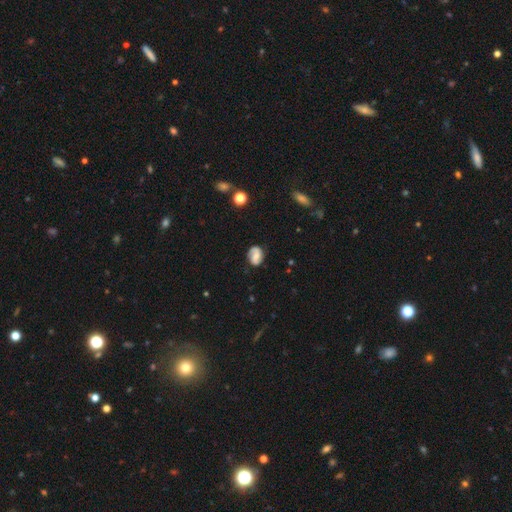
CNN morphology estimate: Q: Smooth or featured?
A: featured or disk (57%); runner-up: smooth (34%)
Q: Edge-on disk?
A: no (97%); runner-up: yes (3%)
Q: Bar?
A: no (47%); runner-up: weak (40%)
Q: Spiral arms?
A: yes (89%); runner-up: no (11%)
Q: Bulge size?
A: small (37%); runner-up: moderate (31%)
Q: Merging?
A: none (73%); runner-up: minor disturbance (19%)